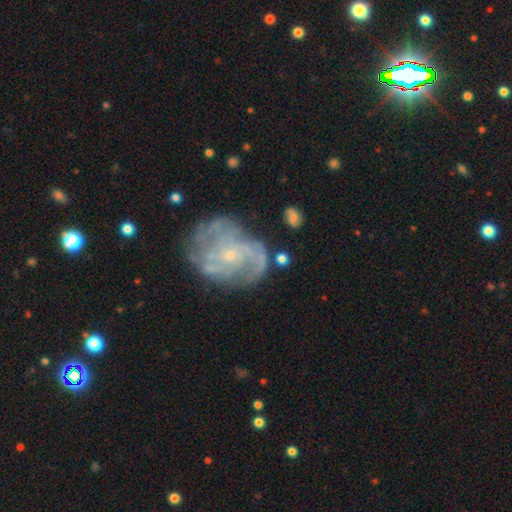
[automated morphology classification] Smooth or featured: featured or disk — 81% (smooth — 11%)
Edge-on disk: no — 98% (yes — 2%)
Bar: no — 75% (weak — 21%)
Spiral arms: yes — 88% (no — 12%)
Spiral winding: medium — 40% (tied with tight — 40%)
Spiral arm count: can't tell — 33% (3 — 20%)
Bulge size: small — 82% (moderate — 11%)
Merging: none — 56% (minor disturbance — 22%)